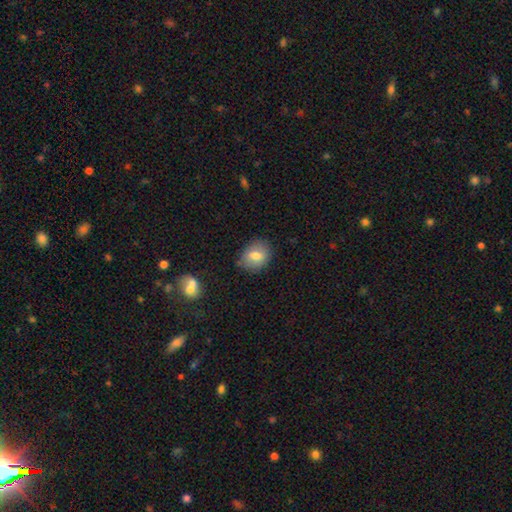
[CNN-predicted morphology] Smooth or featured: smooth — 73% (featured or disk — 18%)
How rounded: in between — 57% (round — 42%)
Merging: none — 78% (minor disturbance — 16%)